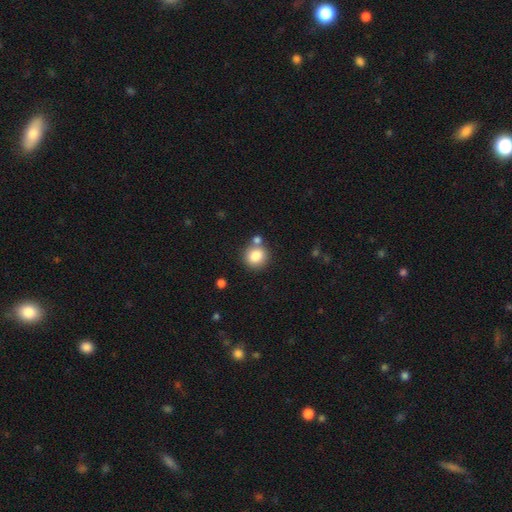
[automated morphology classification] A smooth galaxy with no disk features (82%) that is round (86%).

Vote fractions:
- Smooth or featured? smooth: 82% / star or artifact: 10% / featured or disk: 8%
- How rounded? round: 86% / in between: 13% / cigar-shaped: 1%
- Merging? none: 70% / merger: 17% / minor disturbance: 10% / major disturbance: 3%